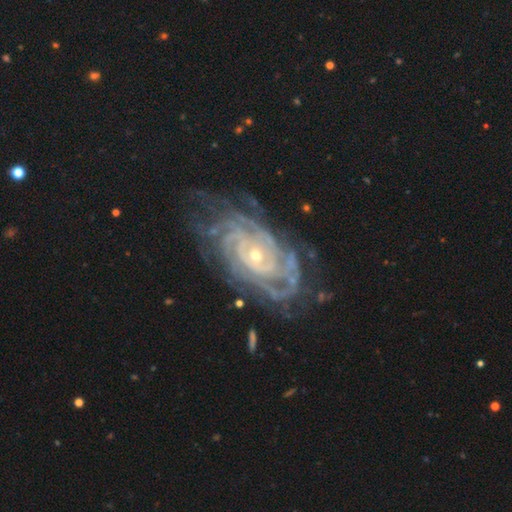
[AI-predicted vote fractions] Smooth or featured: featured or disk — 91% (star or artifact — 5%)
Edge-on disk: no — 96% (yes — 4%)
Bar: no — 67% (weak — 22%)
Spiral arms: yes — 98% (no — 2%)
Spiral winding: tight — 81% (medium — 16%)
Spiral arm count: 4 — 23% (can't tell — 22%)
Bulge size: small — 66% (moderate — 30%)
Merging: none — 70% (minor disturbance — 19%)